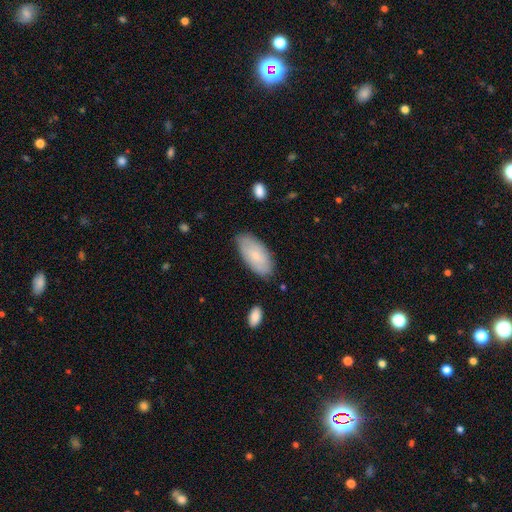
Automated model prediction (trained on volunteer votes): Smooth or featured: smooth — 73% (featured or disk — 21%)
How rounded: in between — 92% (cigar-shaped — 6%)
Merging: none — 78% (minor disturbance — 17%)